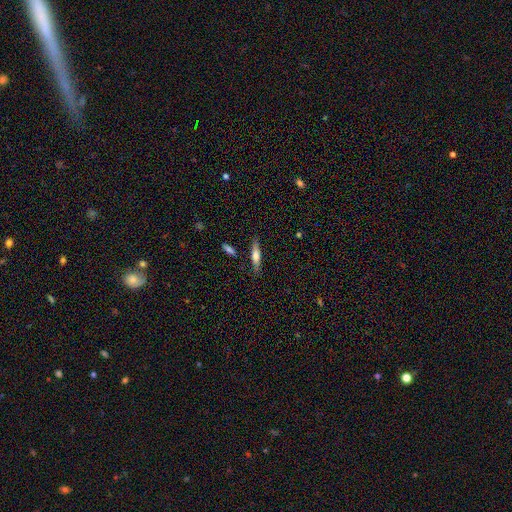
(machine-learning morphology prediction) A smooth galaxy with no disk features (53%) that is cigar-shaped (75%).

Vote fractions:
- Smooth or featured? smooth: 53% / featured or disk: 40% / star or artifact: 7%
- How rounded? cigar-shaped: 75% / in between: 22% / round: 2%
- Merging? none: 81% / minor disturbance: 13% / merger: 3% / major disturbance: 3%